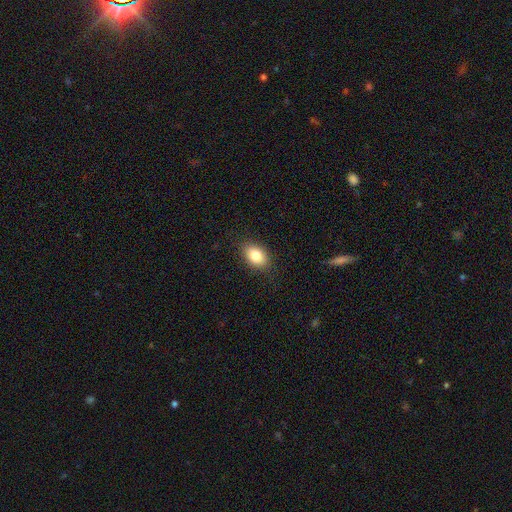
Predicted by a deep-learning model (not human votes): smooth-or-featured: smooth: 85% | star or artifact: 8% | featured or disk: 7%
  how-rounded: in between: 85% | round: 14% | cigar-shaped: 1%
  merging: none: 86% | minor disturbance: 10% | major disturbance: 3% | merger: 1%